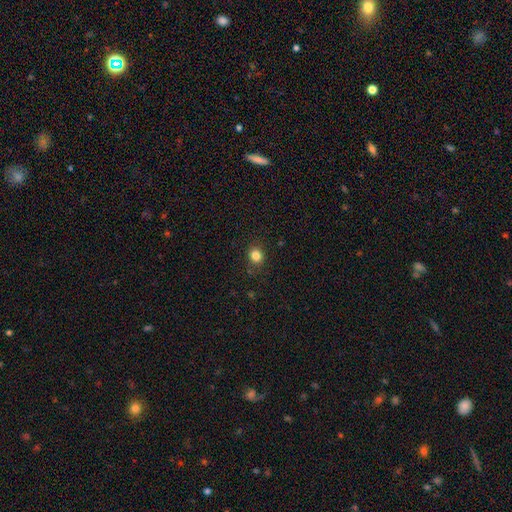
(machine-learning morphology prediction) Overall: smooth (83%). How rounded: round (72%). Merging: none (86%).